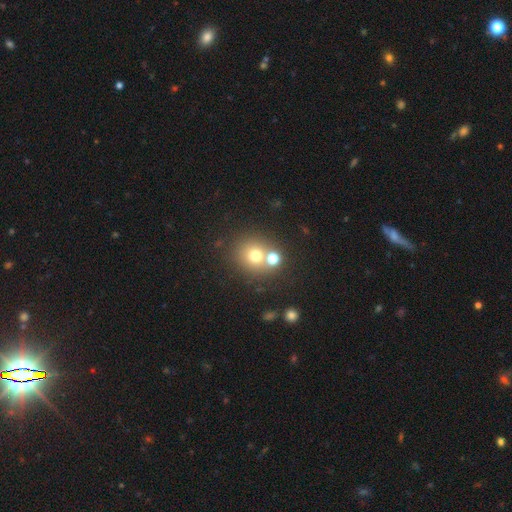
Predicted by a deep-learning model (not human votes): Smooth or featured: smooth — 70% (star or artifact — 17%)
How rounded: round — 86% (in between — 13%)
Merging: none — 61% (merger — 28%)